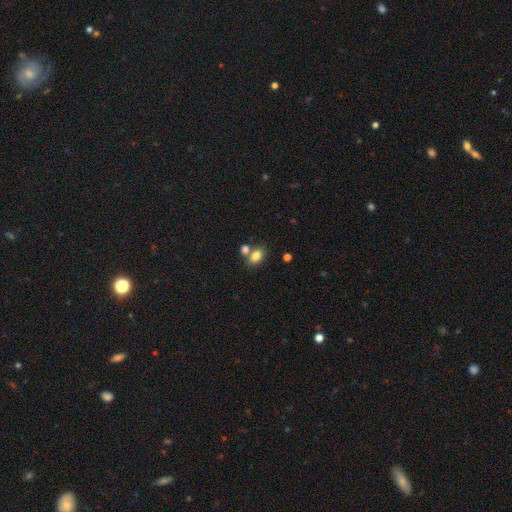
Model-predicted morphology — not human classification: Smooth or featured: smooth — 82% (star or artifact — 10%)
How rounded: in between — 81% (round — 18%)
Merging: none — 53% (merger — 33%)